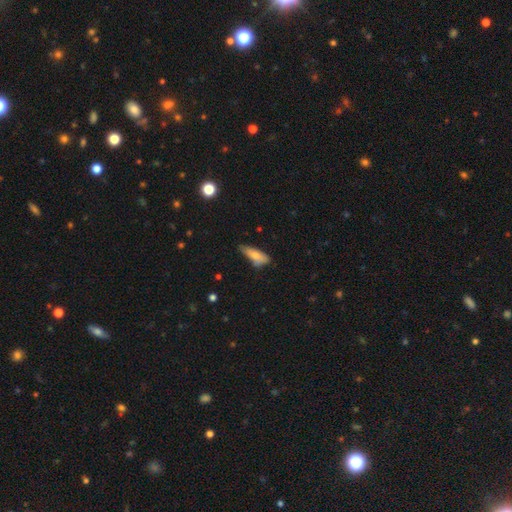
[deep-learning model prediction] A smooth galaxy with no disk features (76%) that is in between round and cigar-shaped (60%). Merging: none (43%).